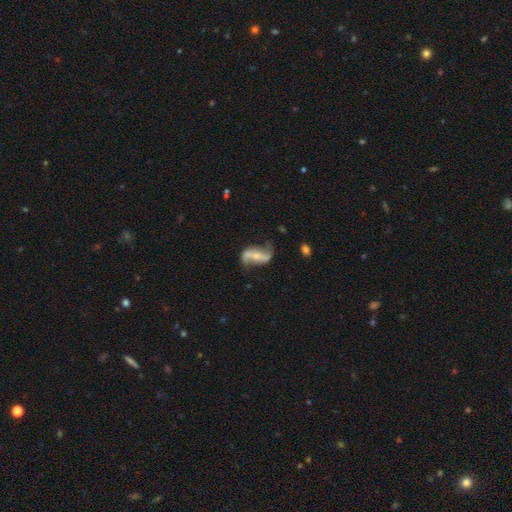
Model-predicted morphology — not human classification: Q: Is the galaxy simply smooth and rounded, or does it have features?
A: featured or disk — 80%.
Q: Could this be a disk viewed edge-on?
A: no — 94%.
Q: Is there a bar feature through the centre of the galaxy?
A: strong — 48%.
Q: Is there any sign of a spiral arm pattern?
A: yes — 91%.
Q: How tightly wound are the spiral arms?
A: loose — 79%.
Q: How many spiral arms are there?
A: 2 — 91%.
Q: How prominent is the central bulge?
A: small — 54%.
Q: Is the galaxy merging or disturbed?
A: none — 67%.